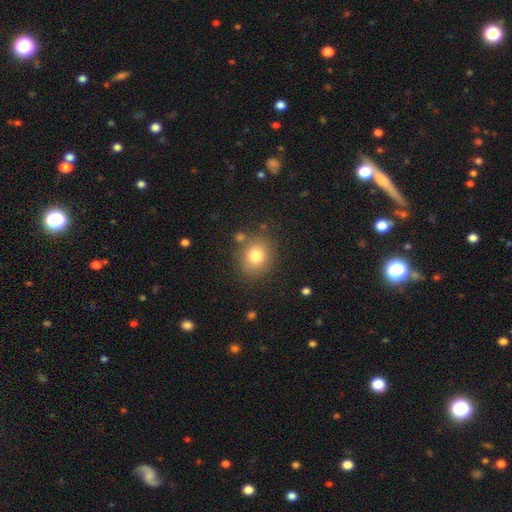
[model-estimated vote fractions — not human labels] Smooth or featured? Predicted: smooth (p=0.79). How rounded? Predicted: round (p=0.72). Merging? Predicted: none (p=0.79).